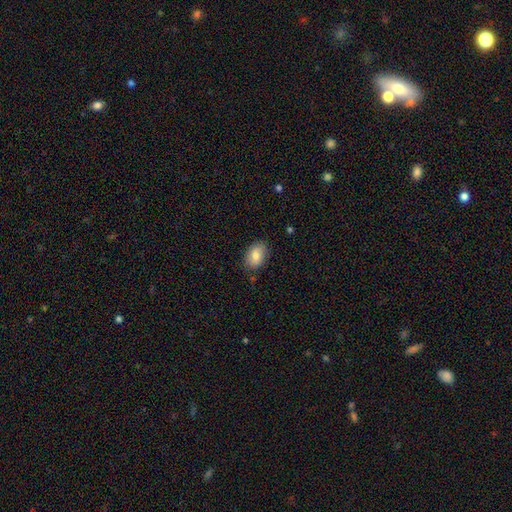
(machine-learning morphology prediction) Smooth or featured? Predicted: smooth (p=0.80). How rounded? Predicted: in between (p=0.85). Merging? Predicted: none (p=0.83).